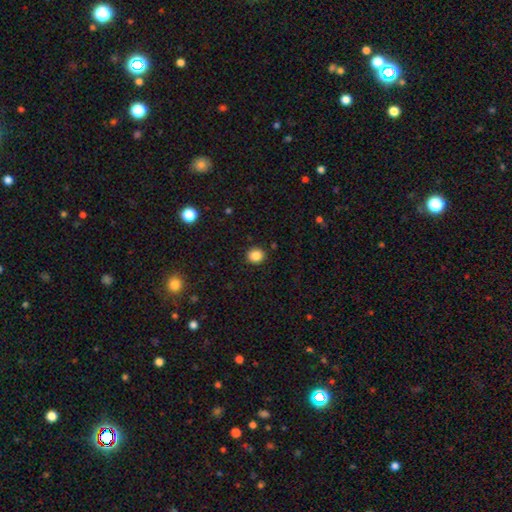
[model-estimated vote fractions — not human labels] Morphology: type=smooth (86%); roundness=round (85%); merging=none (91%).